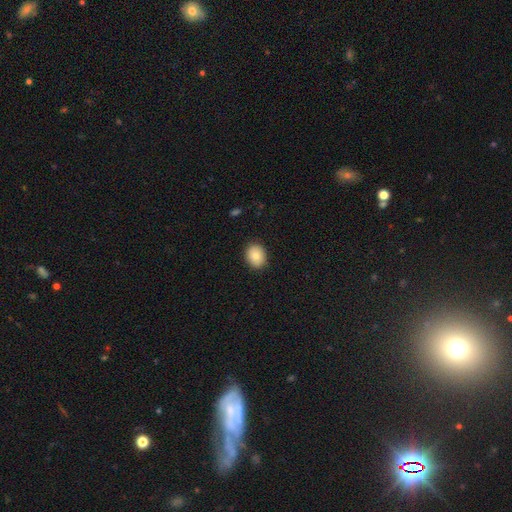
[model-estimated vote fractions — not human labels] Smooth or featured? Predicted: smooth (p=0.82). How rounded? Predicted: in between (p=0.50). Merging? Predicted: none (p=0.89).